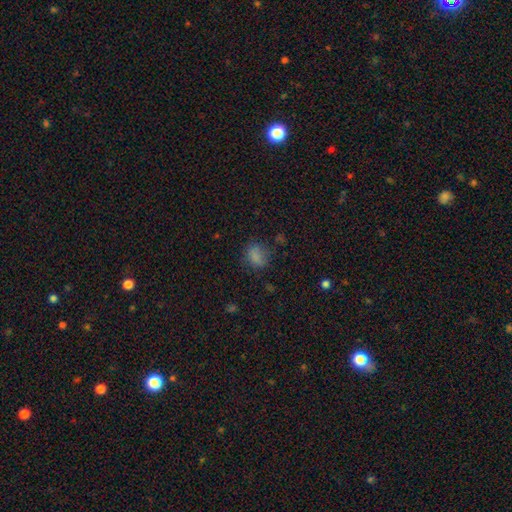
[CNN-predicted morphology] The model was most divided on "how rounded": in between: 56%, round: 43%, cigar-shaped: 1%. More confident: smooth or featured — smooth (78%); merging — none (68%).